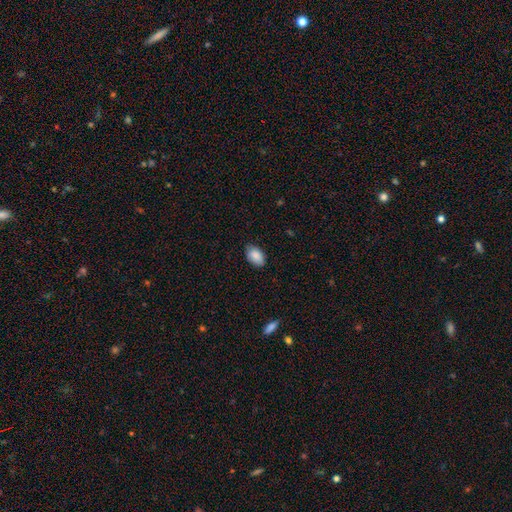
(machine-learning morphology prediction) Overall: smooth (88%). How rounded: in between (90%). Merging: none (80%).